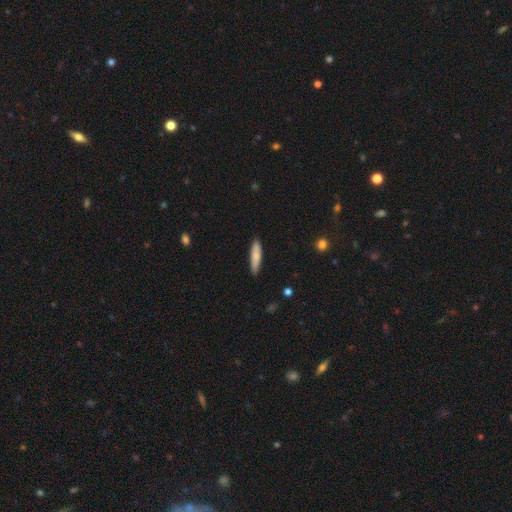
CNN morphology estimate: The model was most divided on "how rounded": cigar-shaped: 78%, in between: 20%, round: 2%. More confident: merging — none (88%); smooth or featured — smooth (78%).